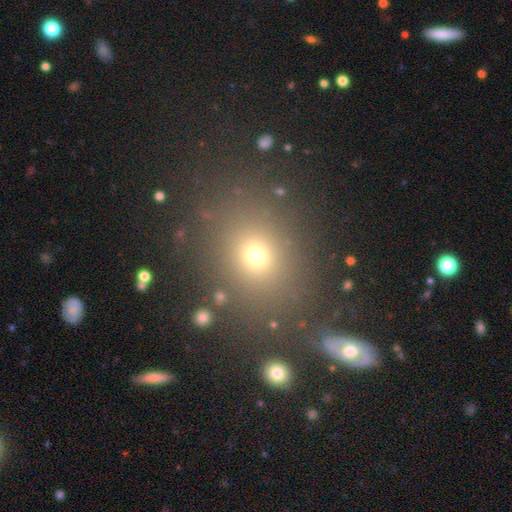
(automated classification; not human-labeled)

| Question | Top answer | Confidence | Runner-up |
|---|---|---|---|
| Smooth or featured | smooth | 68% | star or artifact (22%) |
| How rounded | round | 67% | in between (31%) |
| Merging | none | 81% | minor disturbance (9%) |